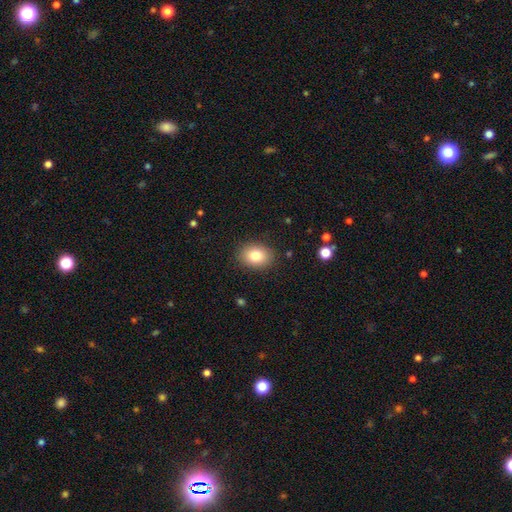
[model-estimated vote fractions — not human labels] Overall: smooth (82%). How rounded: in between (61%; round 38%). Merging: none (88%).